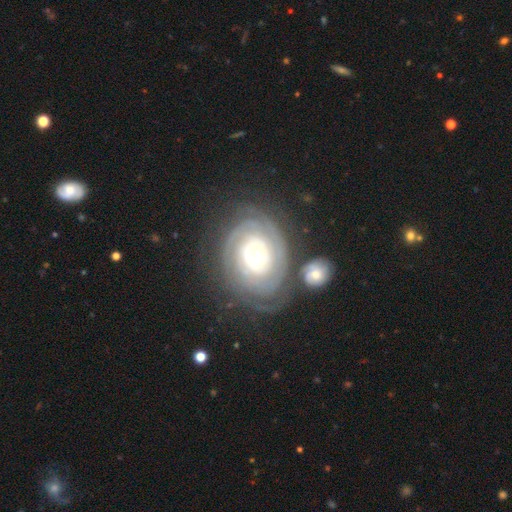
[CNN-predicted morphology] type=featured or disk (86%); edge-on=no (97%); bar=no (73%); spiral arms=yes (95%); winding=tight (85%); arm count=can't tell (32%); bulge=moderate (69%); merging=none (67%).